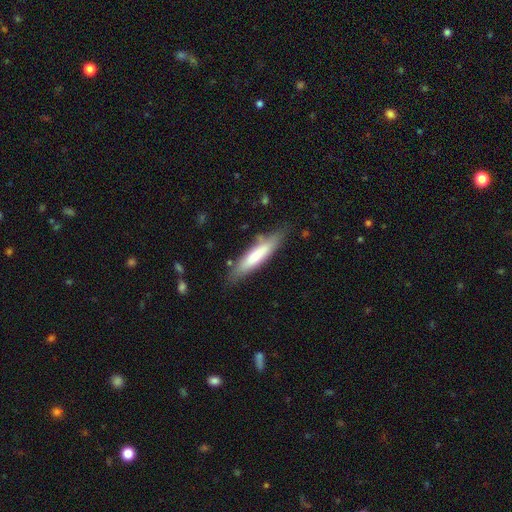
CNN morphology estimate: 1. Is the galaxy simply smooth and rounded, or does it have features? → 63% smooth, 30% featured or disk, 6% star or artifact.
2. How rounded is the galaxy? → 80% cigar-shaped, 18% in between, 1% round.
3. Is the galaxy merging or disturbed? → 80% none, 15% minor disturbance, 3% major disturbance, 2% merger.